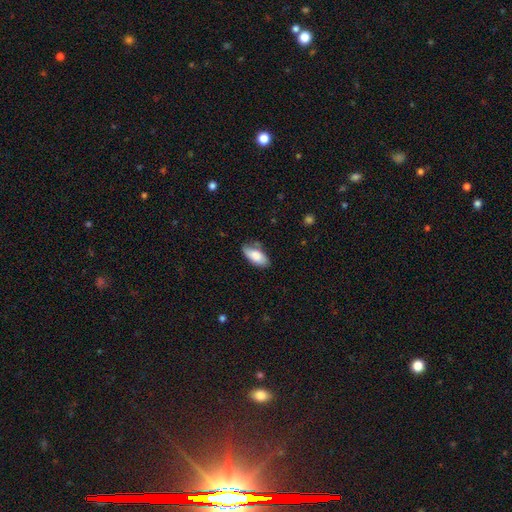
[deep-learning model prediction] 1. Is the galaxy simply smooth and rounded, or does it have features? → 80% smooth, 14% featured or disk, 6% star or artifact.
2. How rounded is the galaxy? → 90% in between, 8% cigar-shaped, 2% round.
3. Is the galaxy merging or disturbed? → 67% none, 25% minor disturbance, 5% major disturbance, 4% merger.